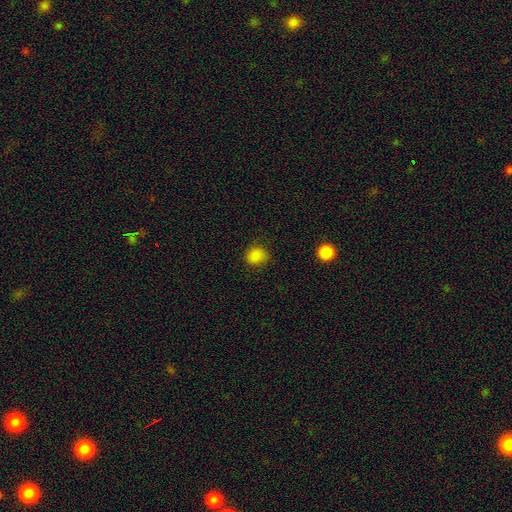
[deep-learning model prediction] The model was most divided on "how rounded": round: 76%, in between: 23%, cigar-shaped: 1%. More confident: smooth or featured — smooth (84%); merging — none (83%).